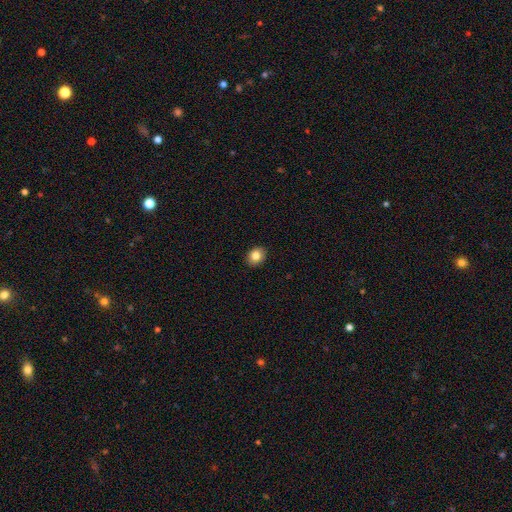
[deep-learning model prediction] Morphology: type=smooth (84%); roundness=round (56%); merging=none (91%).